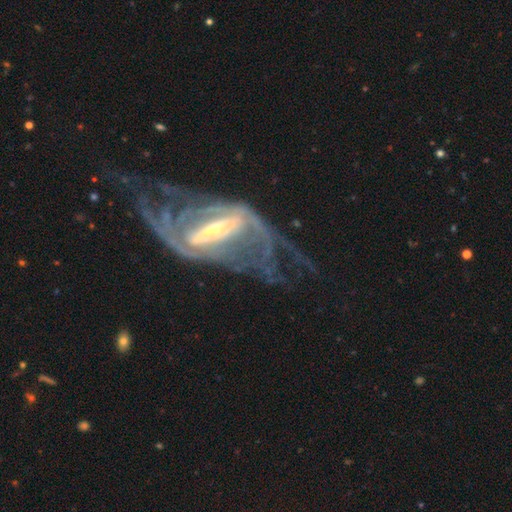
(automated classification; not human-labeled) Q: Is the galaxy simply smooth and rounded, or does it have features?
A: featured or disk — 88%.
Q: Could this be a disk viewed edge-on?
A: no — 88%.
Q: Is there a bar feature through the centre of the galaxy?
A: strong — 73%.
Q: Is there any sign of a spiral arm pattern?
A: yes — 85%.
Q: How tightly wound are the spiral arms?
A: medium — 39%.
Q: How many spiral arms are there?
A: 2 — 58%.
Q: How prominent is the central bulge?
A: moderate — 46%.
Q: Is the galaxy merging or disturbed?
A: none — 42%.